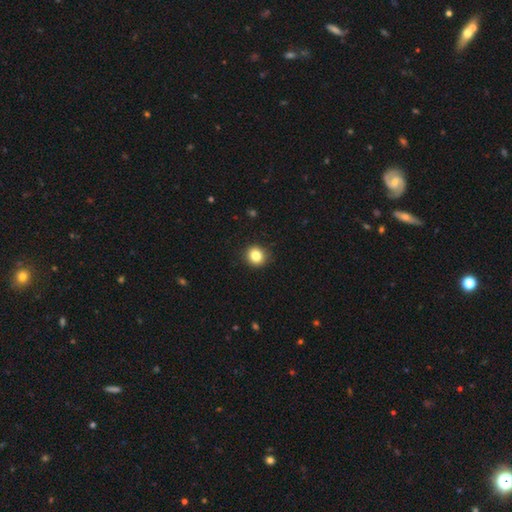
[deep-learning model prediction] Smooth or featured? Predicted: smooth (p=0.84). How rounded? Predicted: round (p=0.87). Merging? Predicted: none (p=0.91).